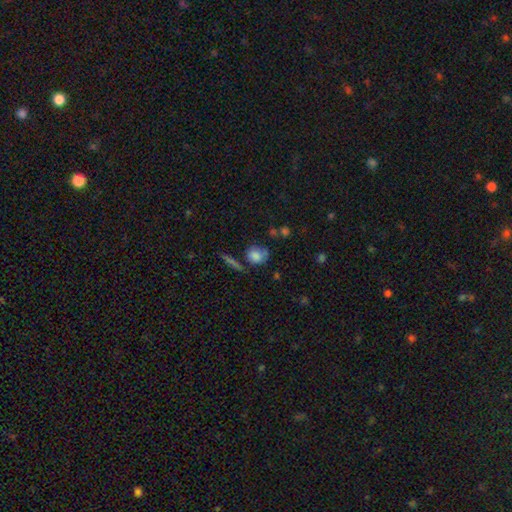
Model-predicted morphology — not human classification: Overall: smooth (76%). How rounded: round (69%). Merging: none (57%; minor disturbance 24%).